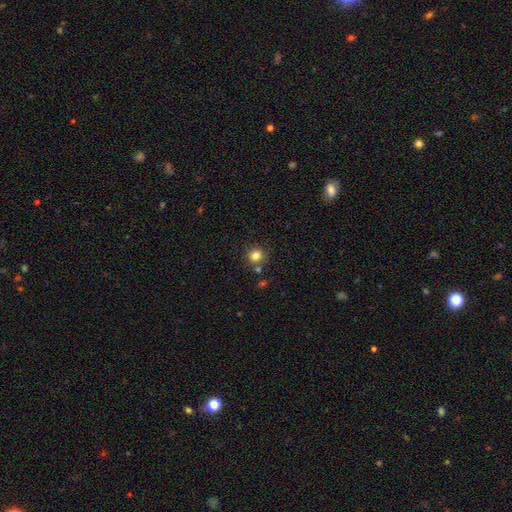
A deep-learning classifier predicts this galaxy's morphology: Smooth or featured?
  - smooth: 81% *
  - star or artifact: 12%
  - featured or disk: 6%
How rounded?
  - round: 87% *
  - in between: 12%
  - cigar-shaped: 1%
Merging?
  - none: 78% *
  - merger: 10%
  - minor disturbance: 9%
  - major disturbance: 3%